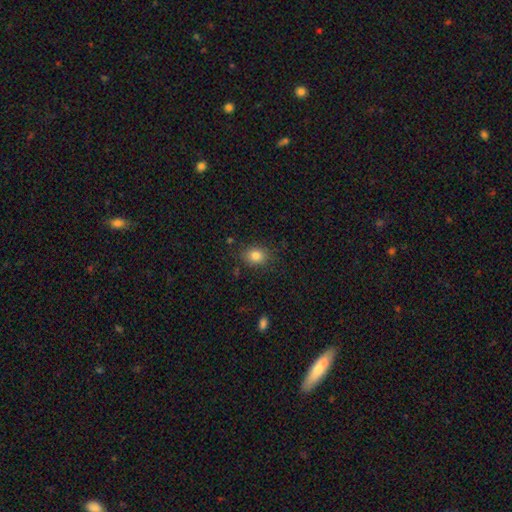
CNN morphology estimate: smooth_or_featured: smooth (p=0.83) [alt: star or artifact p=0.10]
how_rounded: in between (p=0.53) [alt: round p=0.46]
merging: none (p=0.82) [alt: minor disturbance p=0.13]